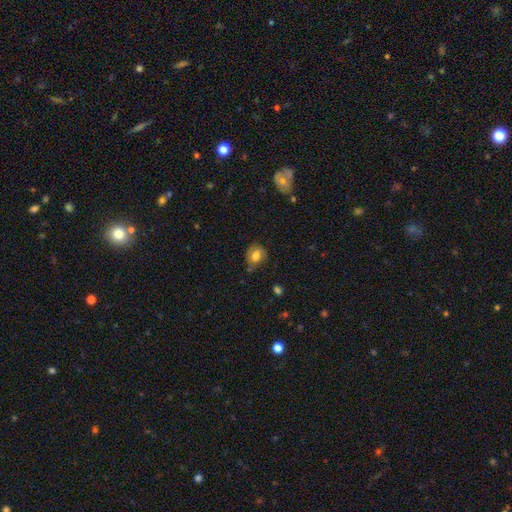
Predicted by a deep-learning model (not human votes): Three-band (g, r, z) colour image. It shows a smooth galaxy with no disk features (75%) that is round (57%). Merging: none (67%).